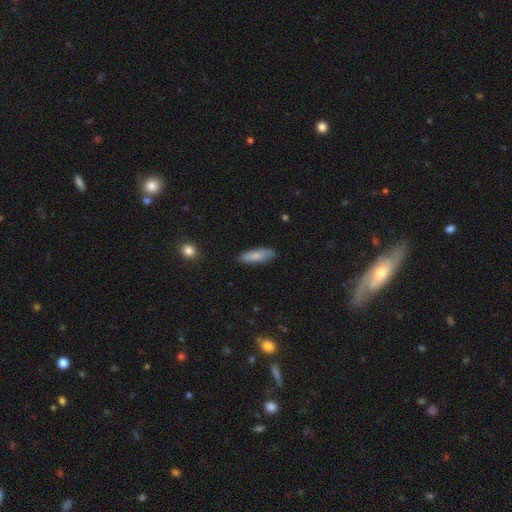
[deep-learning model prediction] Morphology: type=smooth (79%); roundness=in between (54%); merging=none (82%).